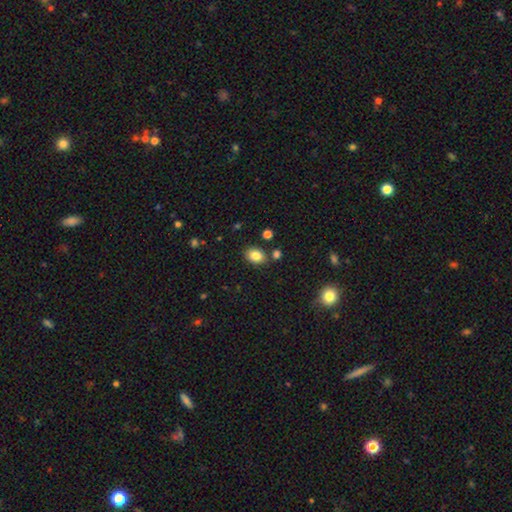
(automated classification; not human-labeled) smooth-or-featured: smooth: 84% | star or artifact: 10% | featured or disk: 6%
  how-rounded: in between: 69% | round: 29% | cigar-shaped: 1%
  merging: none: 81% | minor disturbance: 11% | merger: 6% | major disturbance: 3%